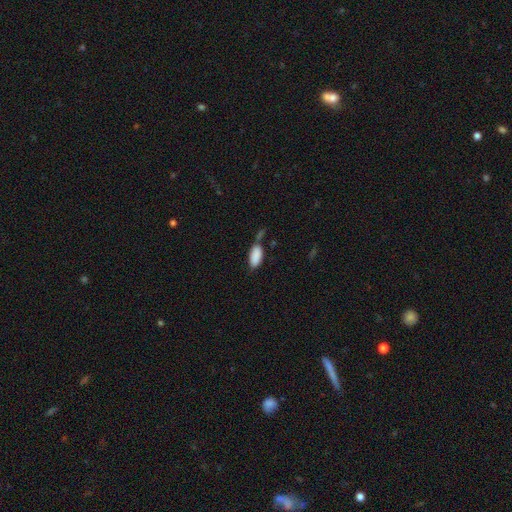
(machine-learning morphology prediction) smooth 88%, star or artifact 7%, featured or disk 5%. Down the decision tree: how rounded — in between (92%); merging — none (56%).